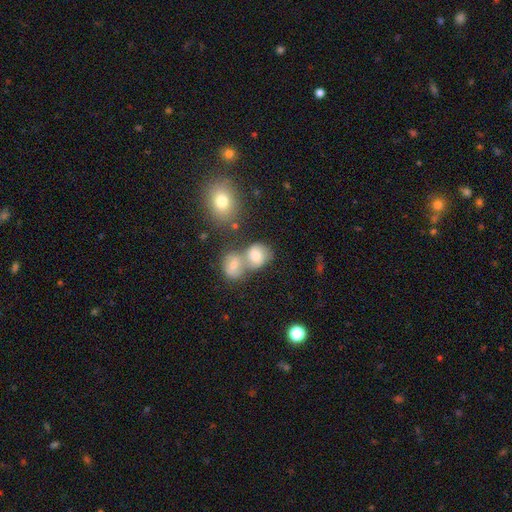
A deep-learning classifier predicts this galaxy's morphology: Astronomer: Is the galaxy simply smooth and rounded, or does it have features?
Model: smooth — 69%.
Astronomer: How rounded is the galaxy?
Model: round — 61% (runner-up: in between, 38%).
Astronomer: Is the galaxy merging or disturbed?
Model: merger — 50% (runner-up: none, 34%).